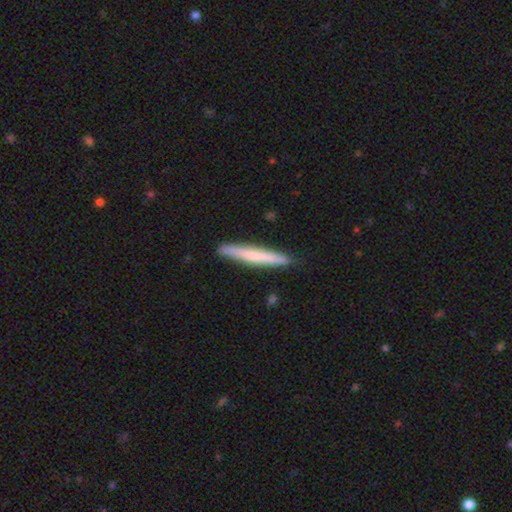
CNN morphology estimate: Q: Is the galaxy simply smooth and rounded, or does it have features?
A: smooth — 62%.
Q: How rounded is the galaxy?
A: cigar-shaped — 96%.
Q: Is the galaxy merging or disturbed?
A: none — 89%.